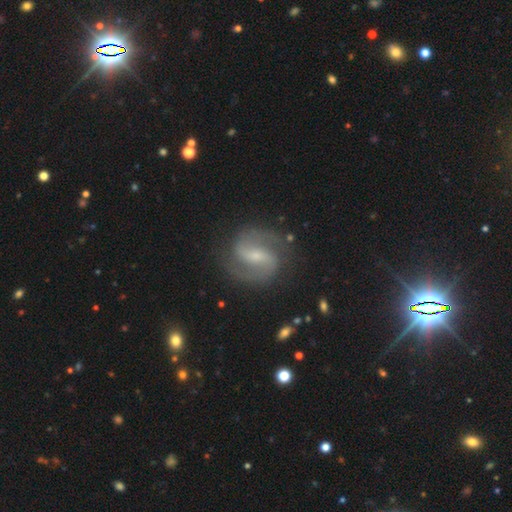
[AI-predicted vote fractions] Smooth or featured? Predicted: featured or disk (p=0.89). Edge-on disk? Predicted: no (p=0.98). Bar? Predicted: weak (p=0.49). Spiral arms? Predicted: yes (p=0.97). Spiral winding? Predicted: medium (p=0.58). Spiral arm count? Predicted: 2 (p=0.93). Bulge size? Predicted: small (p=0.58). Merging? Predicted: none (p=0.83).